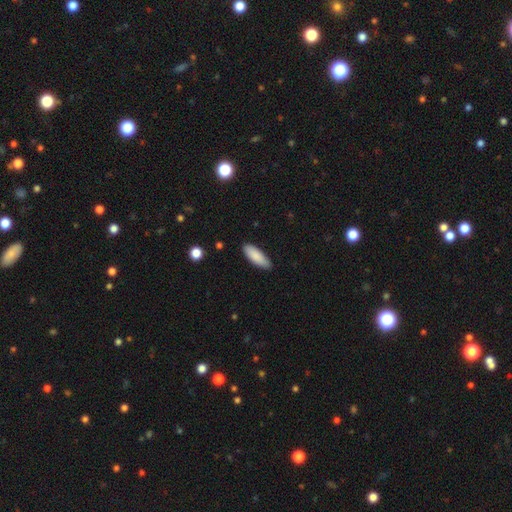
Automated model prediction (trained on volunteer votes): A smooth galaxy with no disk features (88%) that is in between round and cigar-shaped (65%).

Vote fractions:
- Smooth or featured? smooth: 88% / featured or disk: 6% / star or artifact: 6%
- How rounded? in between: 65% / cigar-shaped: 33% / round: 2%
- Merging? none: 86% / minor disturbance: 11% / major disturbance: 2% / merger: 1%